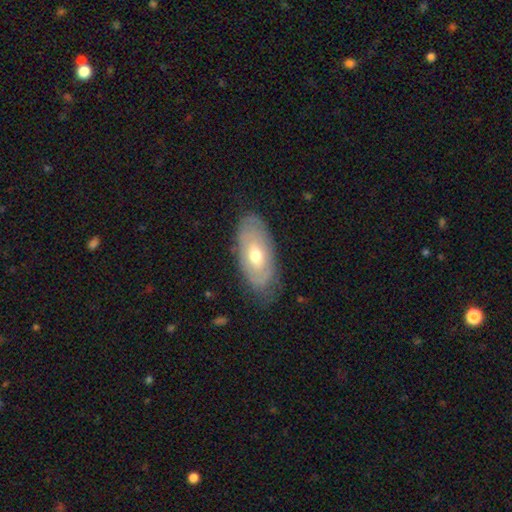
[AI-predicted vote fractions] A featured or disk galaxy (51%). Merging: none (72%).